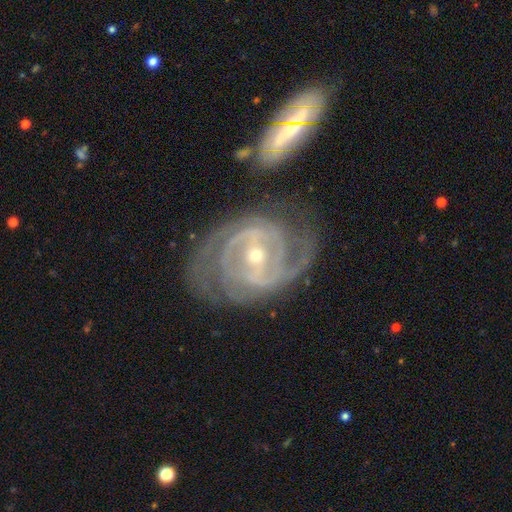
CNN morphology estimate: A featured or disk galaxy (91%) with a strong bar (51%), 2 (50%) tight (61%) spiral arms (97%) and a small central bulge (59%).

Vote fractions:
- Smooth or featured? featured or disk: 91% / star or artifact: 5% / smooth: 4%
- Edge-on disk? no: 96% / yes: 4%
- Bar? strong: 51% / weak: 35% / no: 14%
- Spiral arms? yes: 97% / no: 3%
- Spiral winding? tight: 61% / medium: 34% / loose: 6%
- Spiral arm count? 2: 50% / 3: 23% / can't tell: 12% / 4: 8% / more than 4: 4% / 1: 4%
- Bulge size? small: 59% / moderate: 38% / large: 1% / none: 1% / dominant: 1%
- Merging? none: 67% / minor disturbance: 16% / merger: 10% / major disturbance: 8%